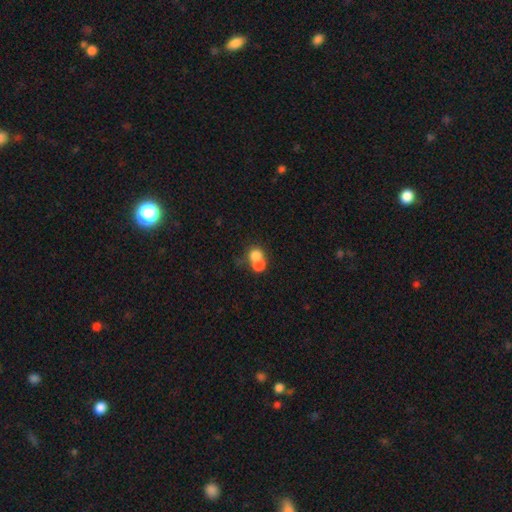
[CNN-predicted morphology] Smooth or featured?
  - smooth: 74% *
  - featured or disk: 15%
  - star or artifact: 10%
How rounded?
  - round: 74% *
  - in between: 25%
  - cigar-shaped: 1%
Merging?
  - merger: 66% *
  - none: 26%
  - minor disturbance: 5%
  - major disturbance: 3%